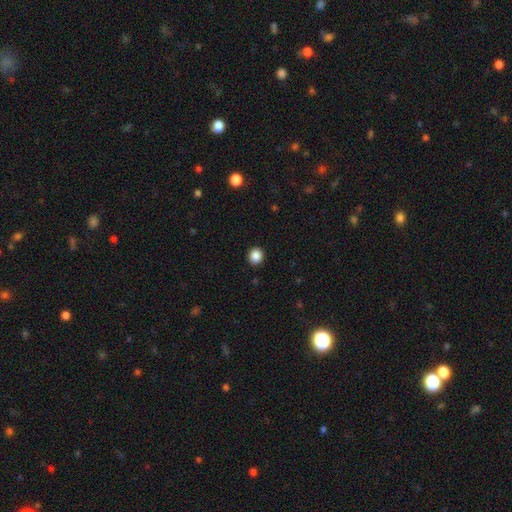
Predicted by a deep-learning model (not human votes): Q: Smooth or featured?
A: smooth (87%); runner-up: star or artifact (10%)
Q: How rounded?
A: round (86%); runner-up: in between (13%)
Q: Merging?
A: none (92%); runner-up: minor disturbance (5%)